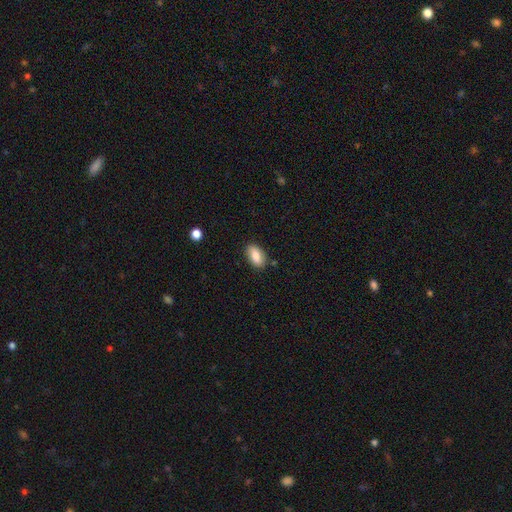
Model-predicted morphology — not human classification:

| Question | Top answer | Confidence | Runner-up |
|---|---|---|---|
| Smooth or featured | smooth | 84% | featured or disk (8%) |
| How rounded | in between | 92% | round (5%) |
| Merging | none | 83% | minor disturbance (12%) |